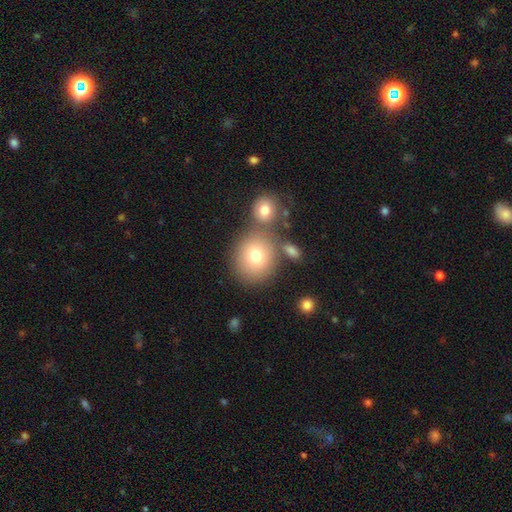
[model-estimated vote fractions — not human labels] Q: Smooth or featured?
A: smooth (76%); runner-up: featured or disk (13%)
Q: How rounded?
A: round (79%); runner-up: in between (21%)
Q: Merging?
A: none (63%); runner-up: merger (22%)